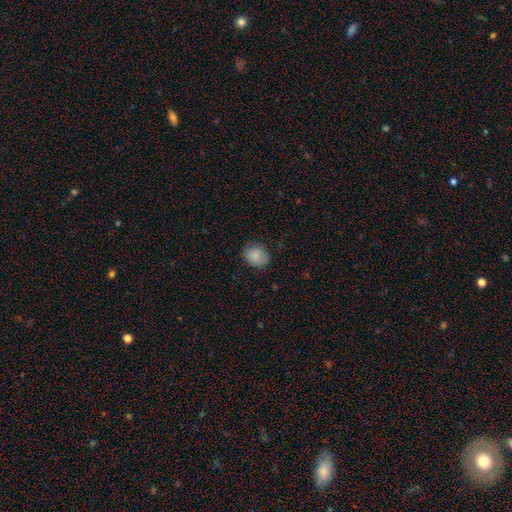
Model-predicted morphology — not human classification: A smooth galaxy with no disk features (87%) that is round (61%). Merging: none (82%).